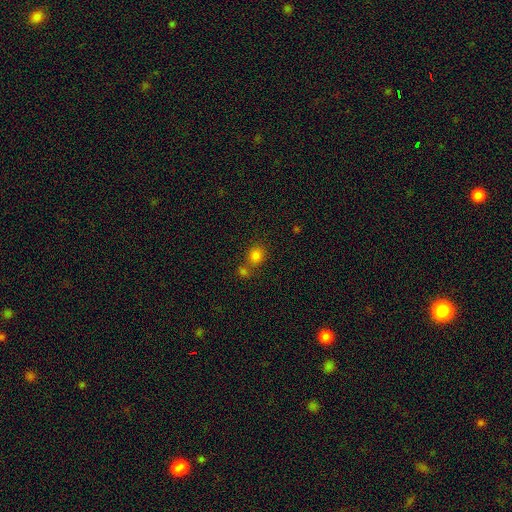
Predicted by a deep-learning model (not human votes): This appears to be a smooth galaxy with no disk features (81%) that is round (67%). Merging: none (56%).